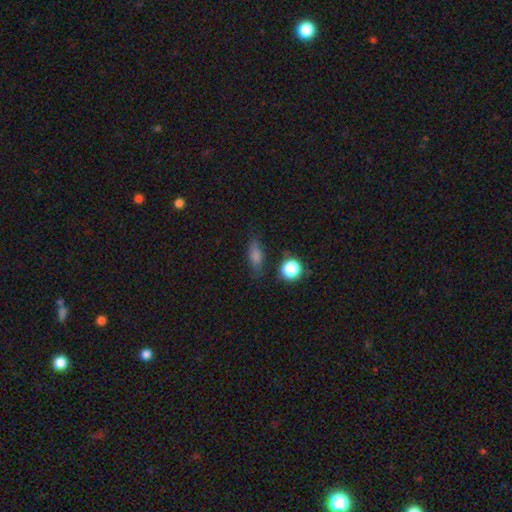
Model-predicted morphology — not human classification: smooth_or_featured: smooth (p=0.73) [alt: star or artifact p=0.14]
how_rounded: in between (p=0.61) [alt: cigar-shaped p=0.27]
merging: none (p=0.76) [alt: minor disturbance p=0.16]